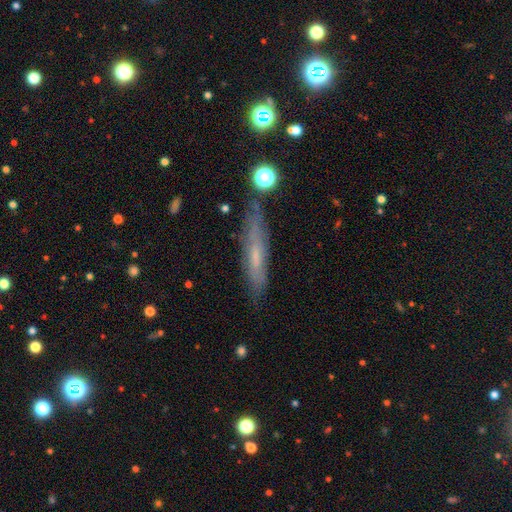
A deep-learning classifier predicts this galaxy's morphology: Smooth or featured?
  - smooth: 45% * (tied)
  - featured or disk: 45% * (tied)
  - star or artifact: 10%
Merging?
  - none: 75% *
  - minor disturbance: 17%
  - major disturbance: 5%
  - merger: 3%